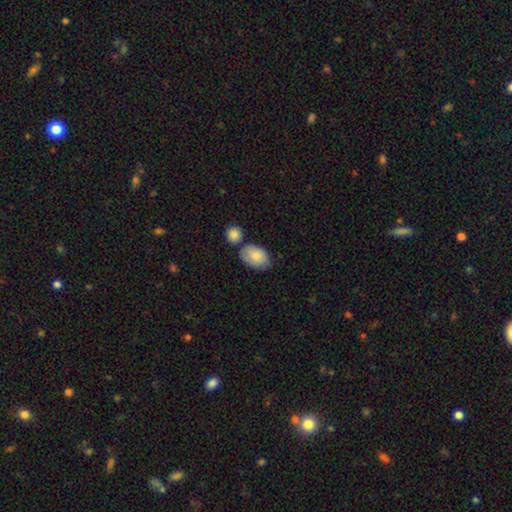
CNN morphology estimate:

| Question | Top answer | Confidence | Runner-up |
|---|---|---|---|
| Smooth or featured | smooth | 82% | featured or disk (12%) |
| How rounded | in between | 86% | round (13%) |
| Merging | none | 59% | minor disturbance (21%) |